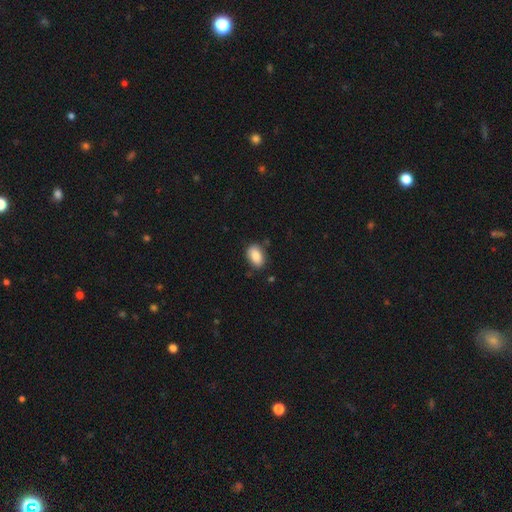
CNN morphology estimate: smooth-or-featured: smooth: 86% | star or artifact: 7% | featured or disk: 7%
  how-rounded: in between: 89% | round: 9% | cigar-shaped: 2%
  merging: none: 78% | minor disturbance: 16% | major disturbance: 3% | merger: 3%